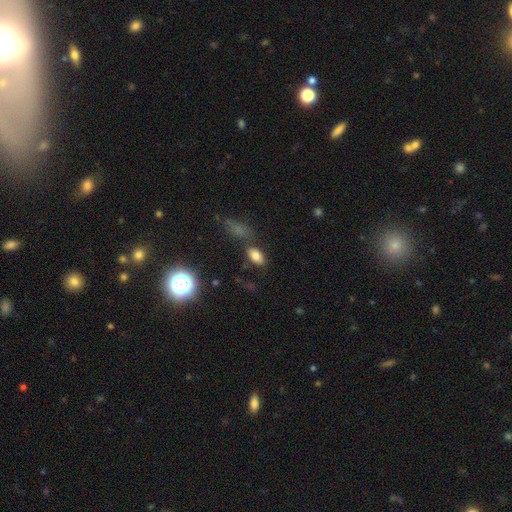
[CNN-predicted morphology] This is likely a smooth galaxy (76%). How rounded: clearly in between (90%). Merging: likely none (72%).